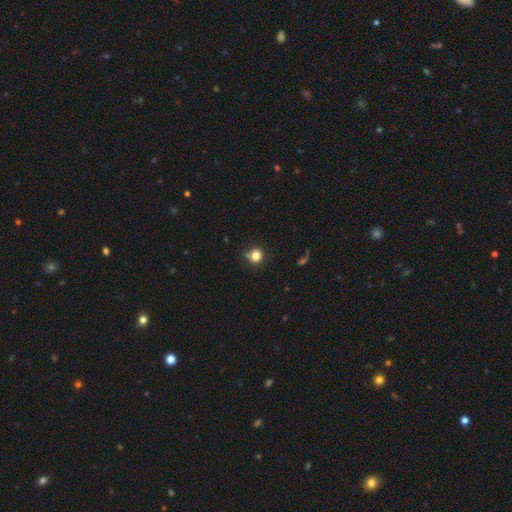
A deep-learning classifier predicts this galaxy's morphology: Smooth or featured? Predicted: smooth (p=0.82). How rounded? Predicted: round (p=0.88). Merging? Predicted: none (p=0.75).